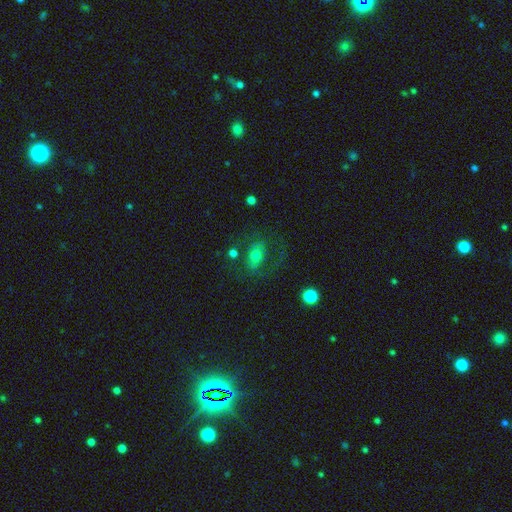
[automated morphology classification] A smooth galaxy with no disk features (52%) that is in between round and cigar-shaped (66%).

Vote fractions:
- Smooth or featured? smooth: 52% / featured or disk: 37% / star or artifact: 11%
- How rounded? in between: 66% / round: 32% / cigar-shaped: 2%
- Merging? none: 54% / major disturbance: 22% / minor disturbance: 18% / merger: 6%